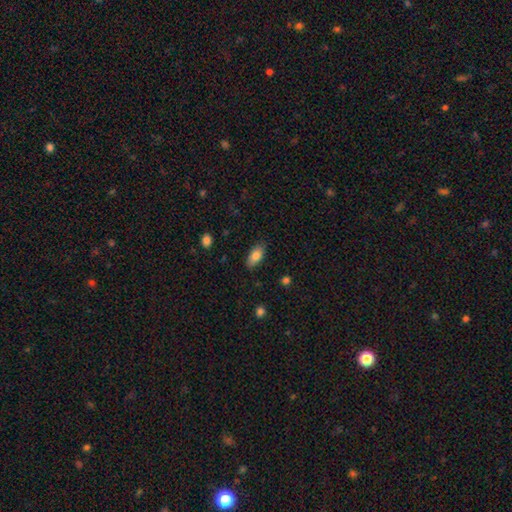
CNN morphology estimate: The model was most divided on "merging": none: 83%, minor disturbance: 13%, major disturbance: 3%, merger: 1%. More confident: how rounded — in between (89%); smooth or featured — smooth (84%).